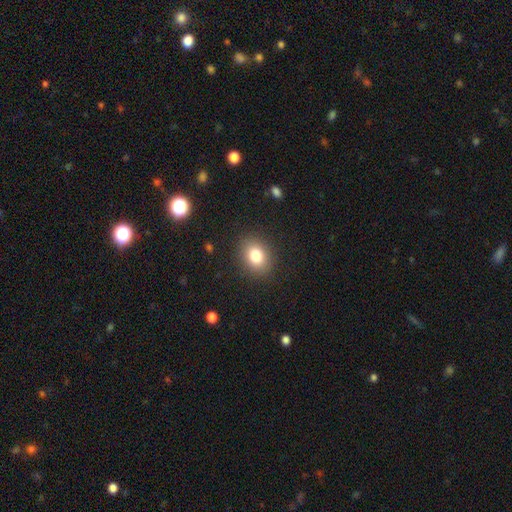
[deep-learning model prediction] smooth_or_featured: smooth (p=0.81) [alt: star or artifact p=0.11]
how_rounded: in between (p=0.52) [alt: round p=0.47]
merging: none (p=0.88) [alt: minor disturbance p=0.08]